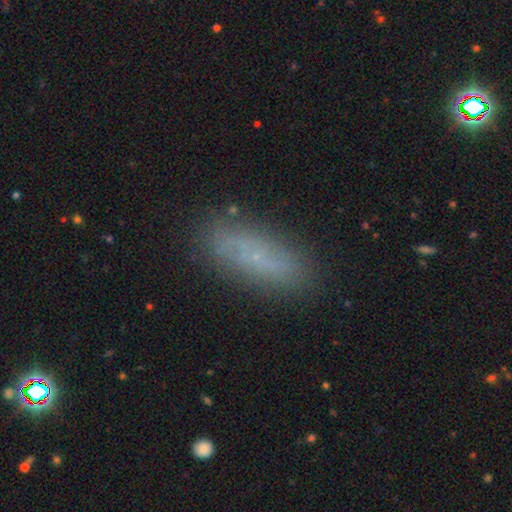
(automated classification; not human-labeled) Overall: smooth (59%; featured or disk 29%). How rounded: in between (56%; cigar-shaped 41%). Merging: none (82%).